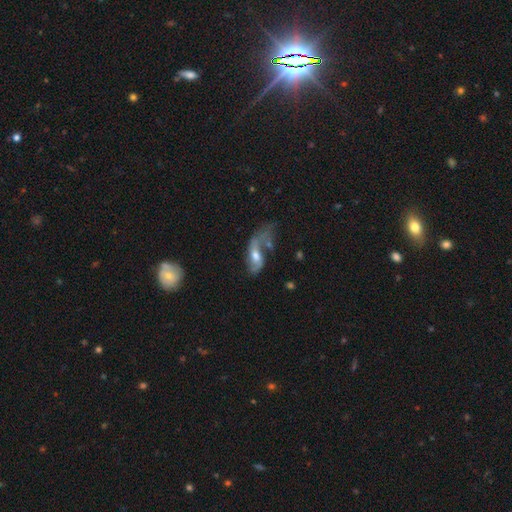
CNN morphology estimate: A featured or disk galaxy (61%) with no bar (50%), spiral arms (72%) and a moderate central bulge (62%). Merging: major disturbance (39%).